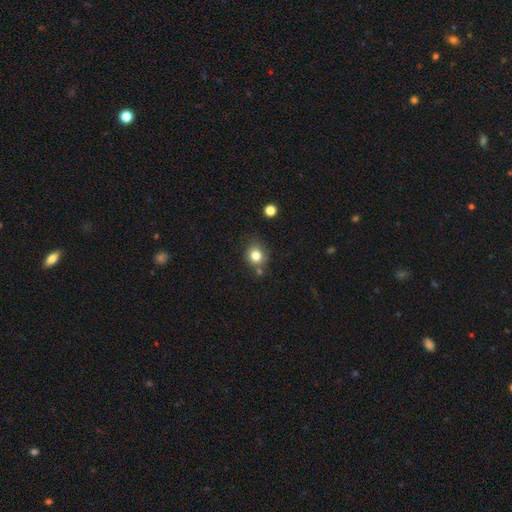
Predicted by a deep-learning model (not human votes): Smooth or featured?
  - smooth: 80% *
  - star or artifact: 12%
  - featured or disk: 8%
How rounded?
  - round: 76% *
  - in between: 23%
  - cigar-shaped: 1%
Merging?
  - none: 70% *
  - minor disturbance: 17%
  - merger: 9%
  - major disturbance: 4%